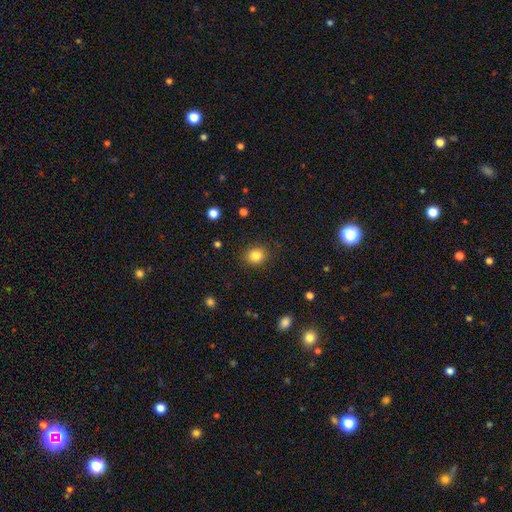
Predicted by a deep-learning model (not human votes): This is clearly a smooth galaxy (85%). How rounded: likely round (74%). Merging: clearly none (88%).